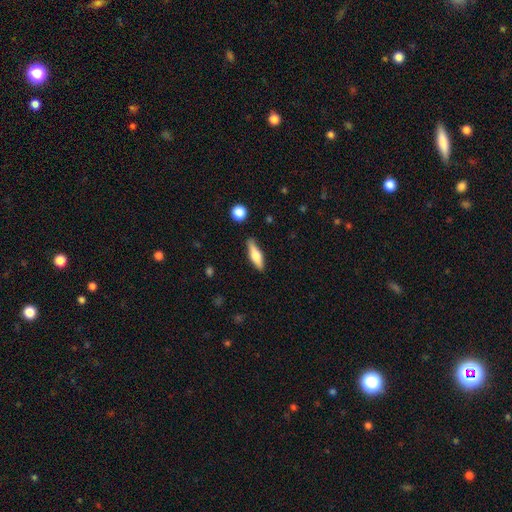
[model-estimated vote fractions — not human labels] Smooth or featured? smooth (59%)
How rounded? cigar-shaped (56%)
Merging? none (83%)